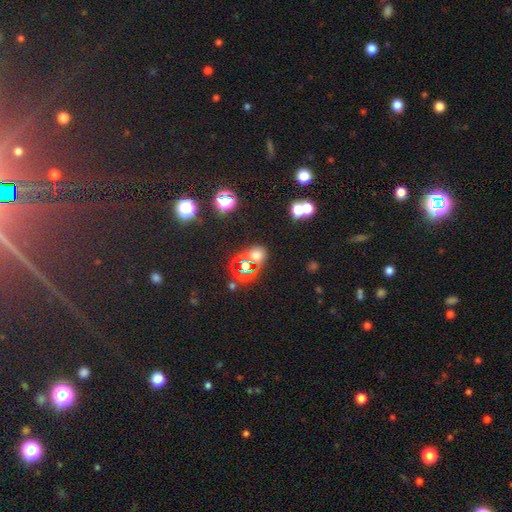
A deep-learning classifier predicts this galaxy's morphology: type=smooth (46%); merging=none (66%).